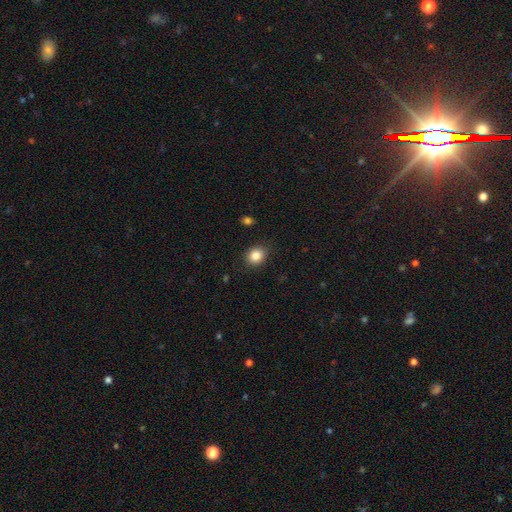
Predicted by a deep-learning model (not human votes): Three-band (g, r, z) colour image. It shows a smooth galaxy with no disk features (85%) that is round (60%). Merging: none (86%).